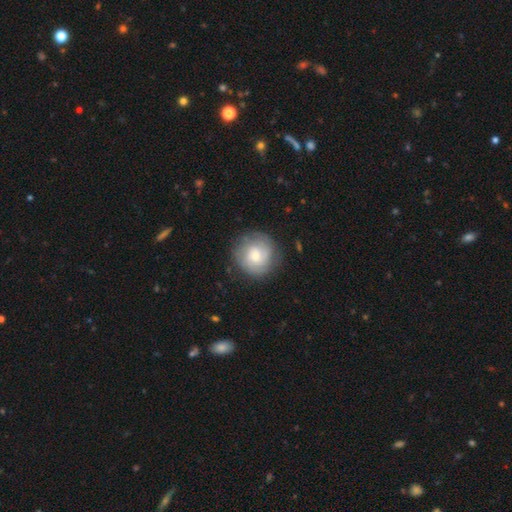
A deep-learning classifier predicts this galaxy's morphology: The model was most divided on "smooth or featured": featured or disk: 51%, smooth: 42%, star or artifact: 7%. More confident: edge-on disk — no (98%); merging — none (80%).